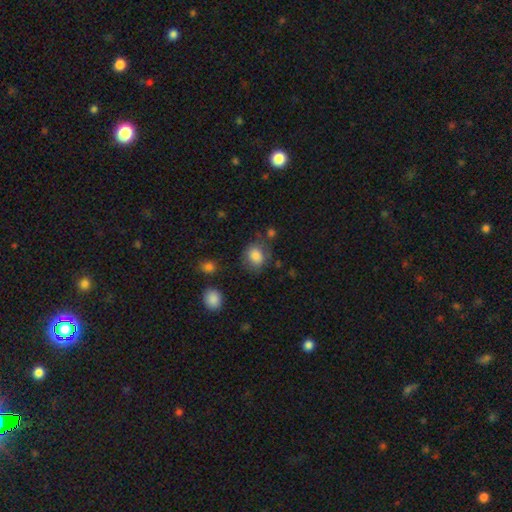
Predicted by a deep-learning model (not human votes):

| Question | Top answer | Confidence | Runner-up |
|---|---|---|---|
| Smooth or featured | smooth | 82% | featured or disk (9%) |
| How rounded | round | 60% | in between (39%) |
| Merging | none | 65% | minor disturbance (21%) |